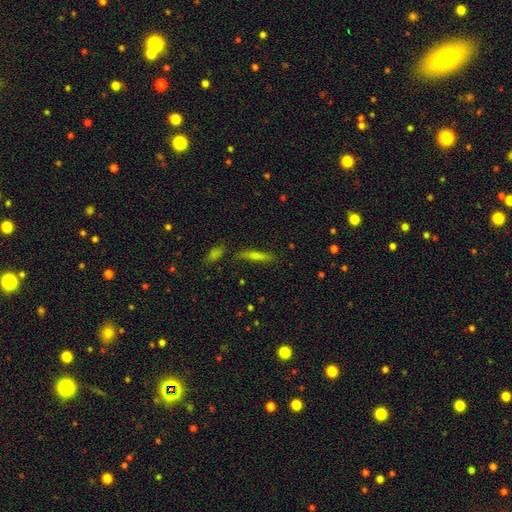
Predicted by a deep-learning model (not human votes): Smooth or featured?
  - smooth: 51% *
  - featured or disk: 35%
  - star or artifact: 15%
How rounded?
  - cigar-shaped: 88% *
  - in between: 9%
  - round: 3%
Merging?
  - none: 83% *
  - minor disturbance: 10%
  - merger: 4%
  - major disturbance: 3%